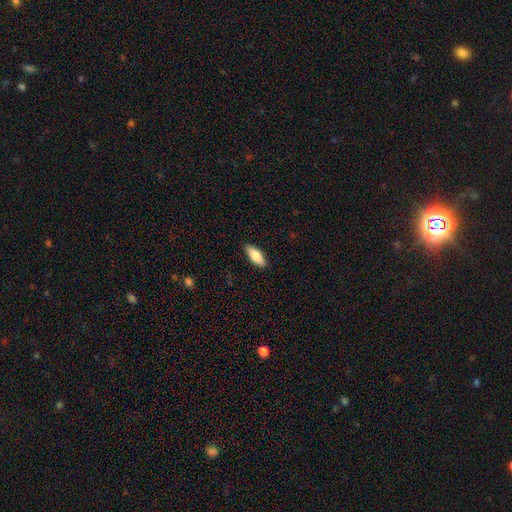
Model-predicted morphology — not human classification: smooth-or-featured: smooth: 76% | featured or disk: 18% | star or artifact: 6%
  how-rounded: in between: 72% | cigar-shaped: 26% | round: 2%
  merging: none: 89% | minor disturbance: 8% | major disturbance: 2% | merger: 1%